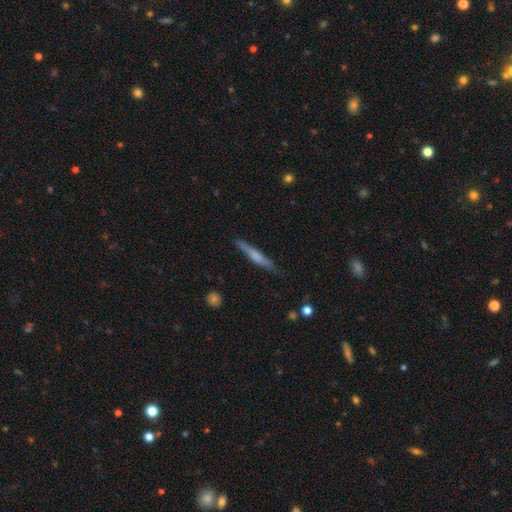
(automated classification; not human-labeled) Q: Smooth or featured?
A: smooth (51%); runner-up: featured or disk (43%)
Q: How rounded?
A: cigar-shaped (94%); runner-up: in between (5%)
Q: Merging?
A: none (81%); runner-up: minor disturbance (15%)